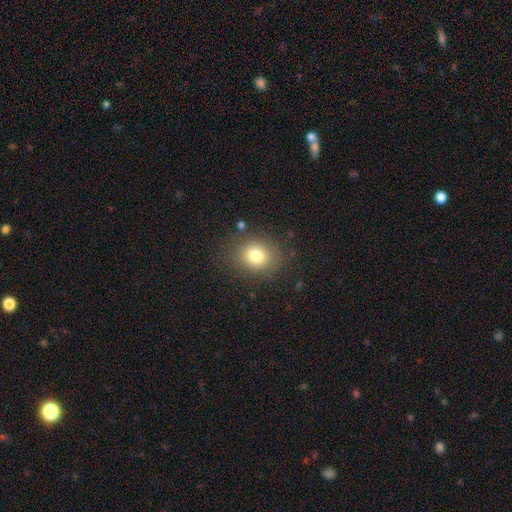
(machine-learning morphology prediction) This appears to be a smooth galaxy with no disk features (79%) that is round (68%). Merging: none (84%).